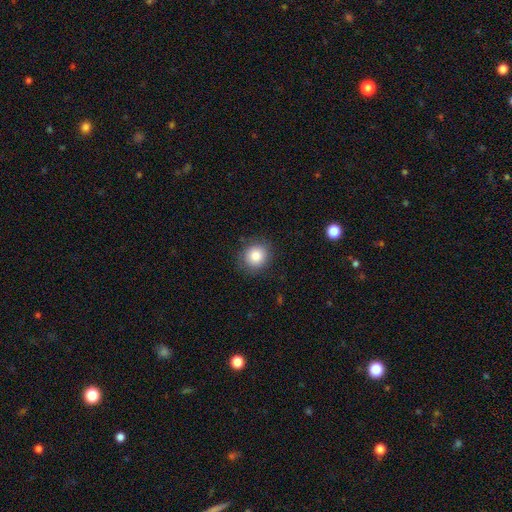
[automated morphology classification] This is clearly a smooth galaxy (82%). How rounded: clearly round (84%). Merging: clearly none (86%).